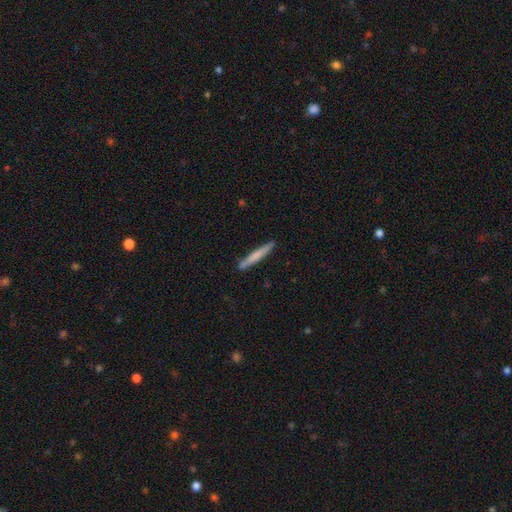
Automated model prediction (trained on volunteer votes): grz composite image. It shows a smooth galaxy with no disk features (67%) that is cigar-shaped (96%). Merging: none (85%).